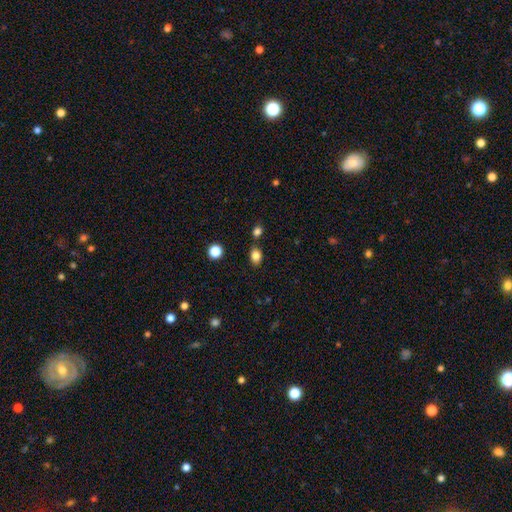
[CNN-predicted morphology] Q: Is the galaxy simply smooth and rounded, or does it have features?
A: smooth — 83%.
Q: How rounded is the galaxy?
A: in between — 68%.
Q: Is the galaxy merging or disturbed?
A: none — 74%.